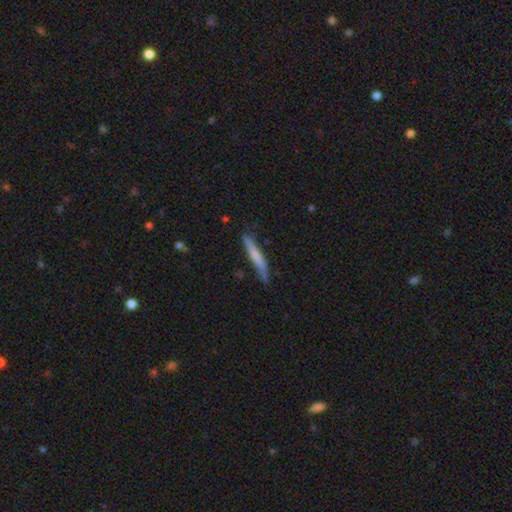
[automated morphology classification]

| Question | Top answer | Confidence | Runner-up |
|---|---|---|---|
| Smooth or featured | smooth | 62% | featured or disk (32%) |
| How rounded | cigar-shaped | 95% | in between (3%) |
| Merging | none | 76% | minor disturbance (19%) |